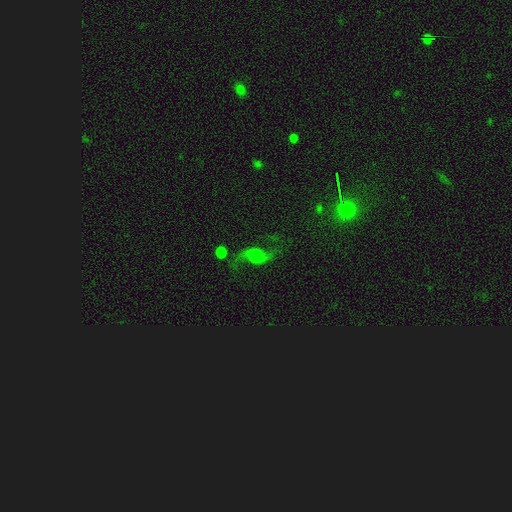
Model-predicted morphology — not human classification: featured or disk 73%, smooth 16%, star or artifact 11%. Down the decision tree: edge-on disk — no (94%); bar — no (64%); spiral arms — yes (93%); spiral arm count — 2 (93%); spiral winding — loose (88%); bulge size — moderate (39%); merging — none (65%).